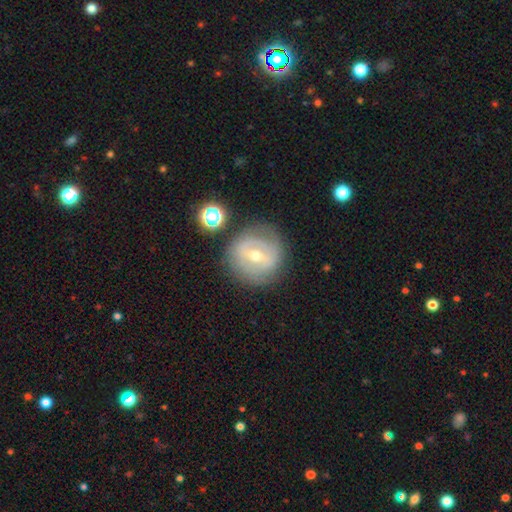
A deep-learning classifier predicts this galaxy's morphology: This is likely a featured or disk galaxy (66%). It is clearly not viewed edge-on (95%). Bar: possibly weak (45%). Spiral arm pattern: possibly yes (51%). Central bulge: possibly moderate (59%). Merging: likely none (77%).